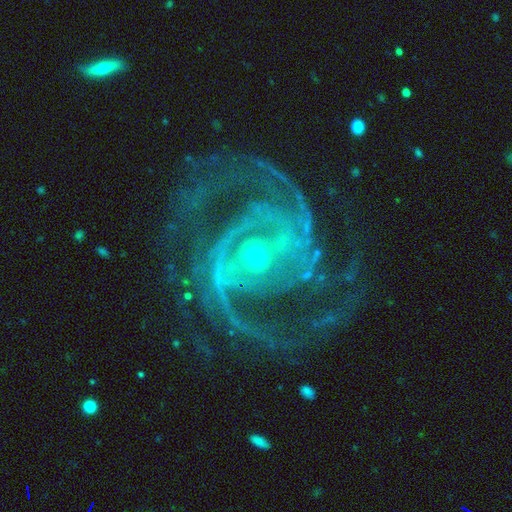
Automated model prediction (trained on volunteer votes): Smooth or featured? featured or disk (92%)
Edge-on disk? no (98%)
Bar? no (36%)
Spiral arms? yes (99%)
Spiral winding? tight (48%)
Spiral arm count? 2 (47%)
Bulge size? small (77%)
Merging? none (71%)